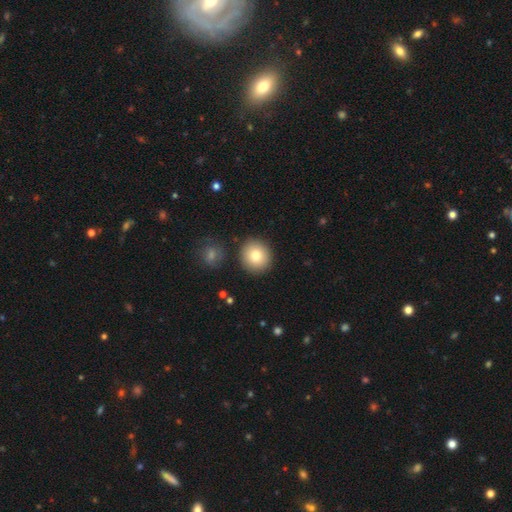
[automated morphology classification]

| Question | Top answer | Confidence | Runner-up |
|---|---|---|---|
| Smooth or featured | smooth | 82% | featured or disk (10%) |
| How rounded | round | 90% | in between (9%) |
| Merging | none | 87% | minor disturbance (7%) |